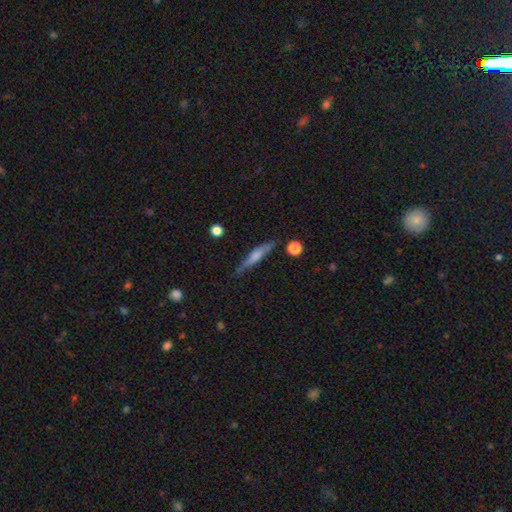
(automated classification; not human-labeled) Smooth or featured? Predicted: featured or disk (p=0.48). Merging? Predicted: none (p=0.78).